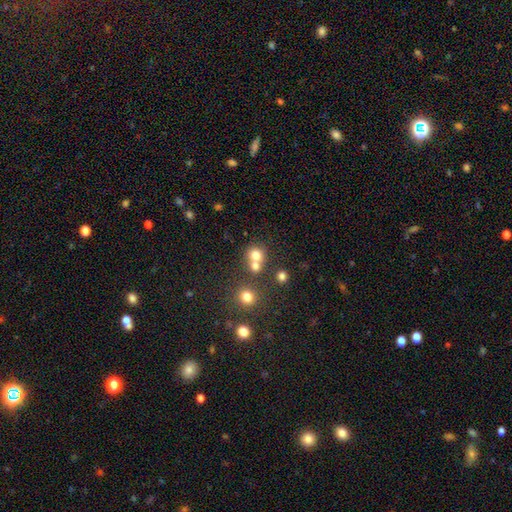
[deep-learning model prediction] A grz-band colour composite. It shows a smooth galaxy with no disk features (74%) that is round (84%). Merging: none (46%).